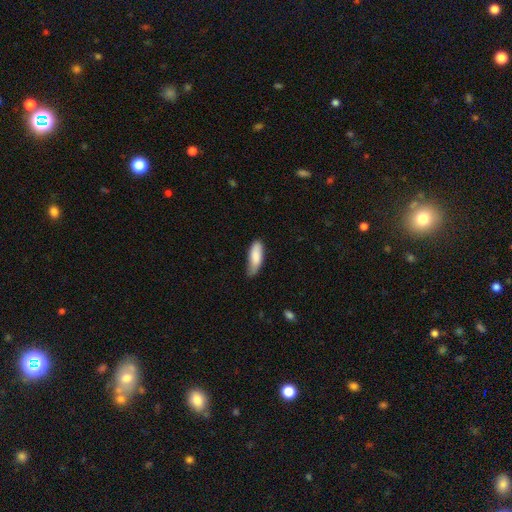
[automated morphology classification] Smooth or featured? Predicted: smooth (p=0.84). How rounded? Predicted: in between (p=0.65). Merging? Predicted: none (p=0.57).